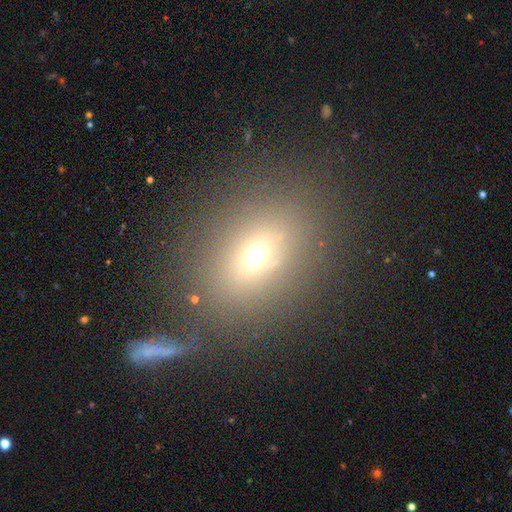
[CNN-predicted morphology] Smooth or featured? smooth (63%)
How rounded? in between (51%)
Merging? none (75%)